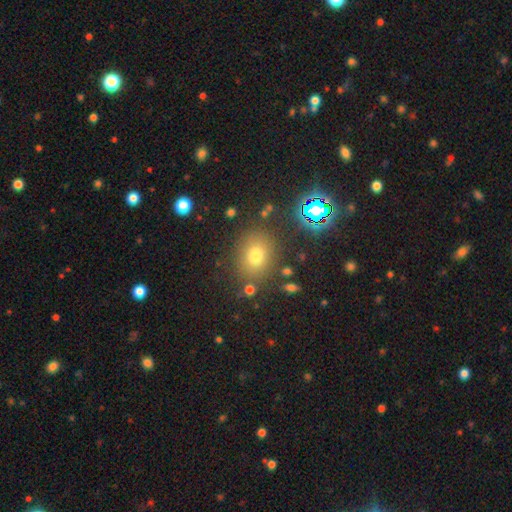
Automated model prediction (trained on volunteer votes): A smooth galaxy with no disk features (71%) that is round (55%).

Vote fractions:
- Smooth or featured? smooth: 71% / star or artifact: 19% / featured or disk: 10%
- How rounded? round: 55% / in between: 44% / cigar-shaped: 1%
- Merging? none: 81% / minor disturbance: 10% / merger: 4% / major disturbance: 4%